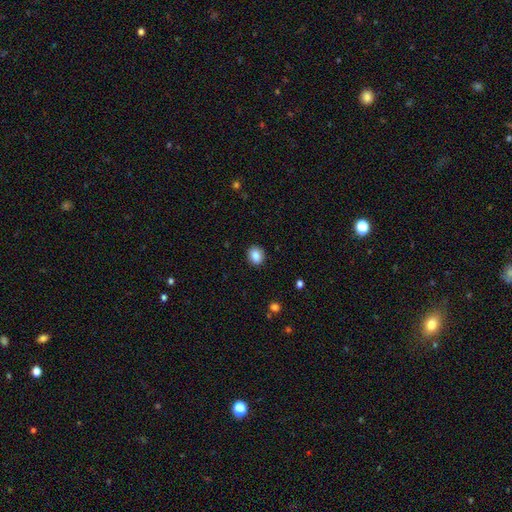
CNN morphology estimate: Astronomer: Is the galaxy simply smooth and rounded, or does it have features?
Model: smooth — 86%.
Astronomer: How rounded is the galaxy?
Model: round — 63%.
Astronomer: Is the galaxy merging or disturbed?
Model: none — 90%.